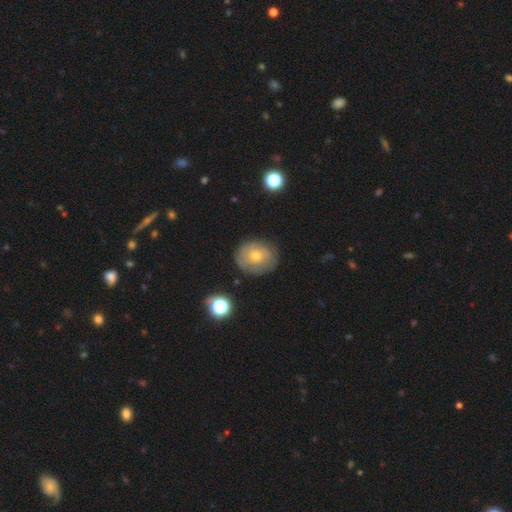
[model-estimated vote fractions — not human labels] smooth 47%, featured or disk 44%, star or artifact 9%. Down the decision tree: merging — none (78%).